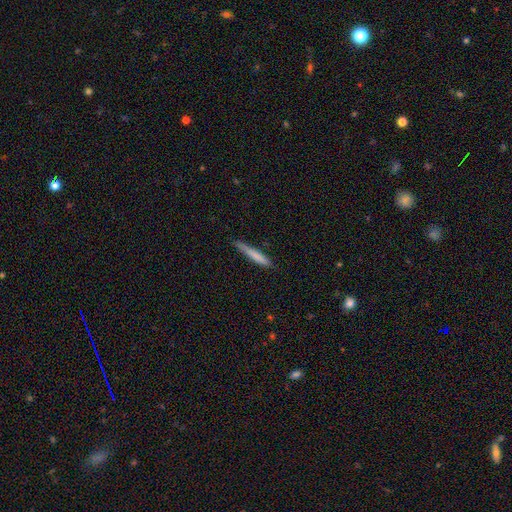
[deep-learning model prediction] A smooth galaxy with no disk features (74%) that is cigar-shaped (95%).

Vote fractions:
- Smooth or featured? smooth: 74% / featured or disk: 20% / star or artifact: 6%
- How rounded? cigar-shaped: 95% / in between: 4% / round: 1%
- Merging? none: 81% / minor disturbance: 15% / major disturbance: 2% / merger: 1%